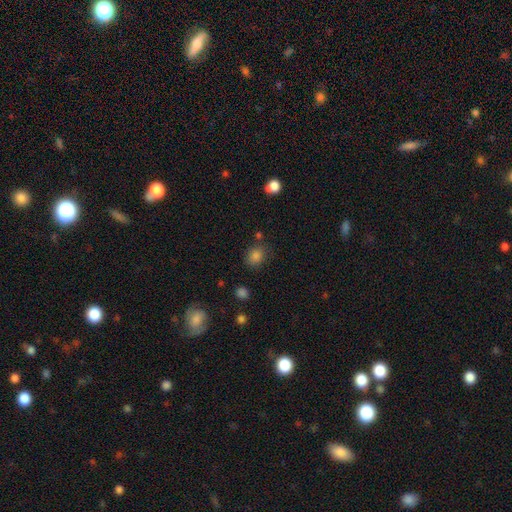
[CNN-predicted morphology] smooth-or-featured: smooth: 82% | star or artifact: 13% | featured or disk: 5%
  how-rounded: round: 62% | in between: 37% | cigar-shaped: 1%
  merging: none: 75% | minor disturbance: 16% | major disturbance: 5% | merger: 5%